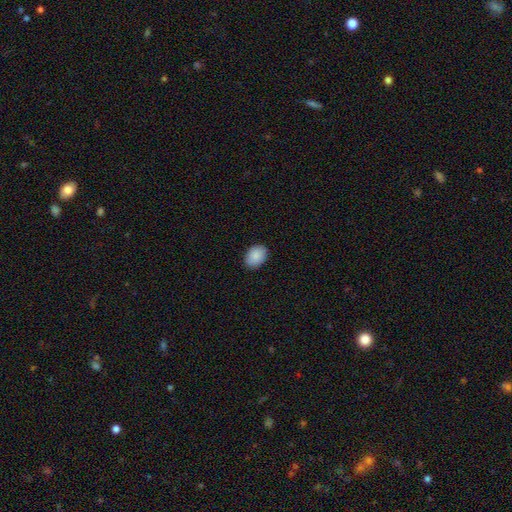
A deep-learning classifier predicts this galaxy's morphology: A smooth galaxy with no disk features (89%) that is in between round and cigar-shaped (77%).

Vote fractions:
- Smooth or featured? smooth: 89% / star or artifact: 7% / featured or disk: 4%
- How rounded? in between: 77% / round: 22% / cigar-shaped: 1%
- Merging? none: 89% / minor disturbance: 9% / major disturbance: 2% / merger: 1%